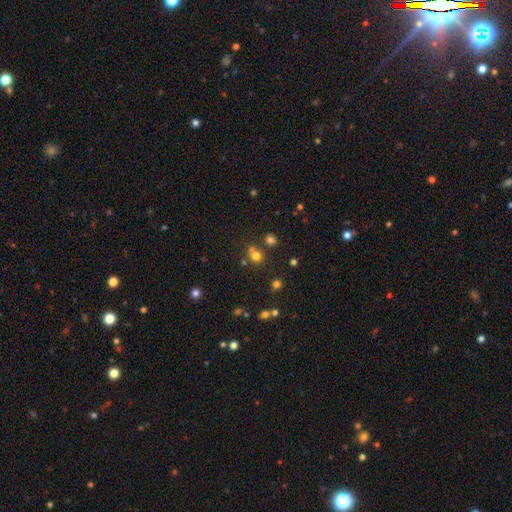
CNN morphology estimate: Q: Smooth or featured?
A: smooth (68%); runner-up: star or artifact (23%)
Q: How rounded?
A: round (85%); runner-up: in between (14%)
Q: Merging?
A: none (62%); runner-up: merger (25%)